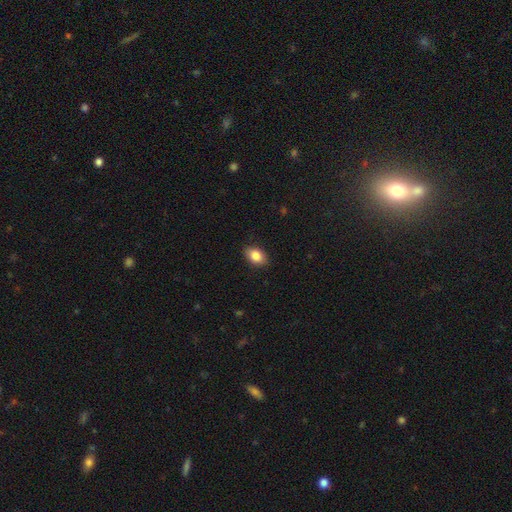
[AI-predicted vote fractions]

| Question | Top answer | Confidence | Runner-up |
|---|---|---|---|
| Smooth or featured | smooth | 85% | star or artifact (8%) |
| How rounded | in between | 85% | round (13%) |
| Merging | none | 88% | minor disturbance (10%) |